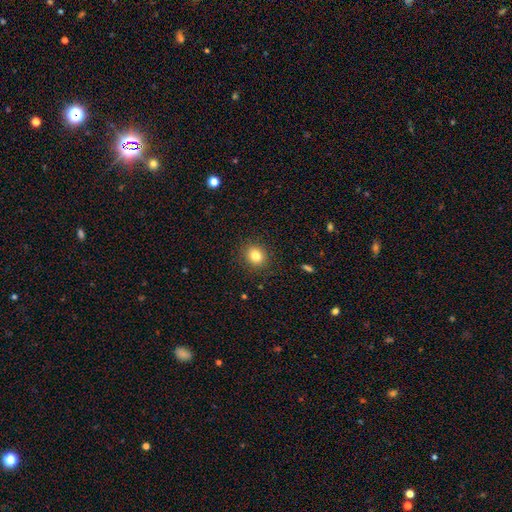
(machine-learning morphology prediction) The model was most divided on "how rounded": round: 72%, in between: 27%, cigar-shaped: 1%. More confident: merging — none (89%); smooth or featured — smooth (83%).